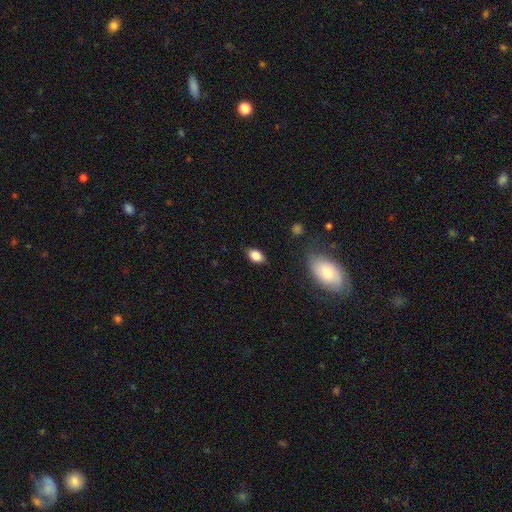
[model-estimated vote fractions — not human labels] The model was most divided on "merging": none: 79%, minor disturbance: 16%, major disturbance: 4%, merger: 1%. More confident: how rounded — in between (87%); smooth or featured — smooth (85%).